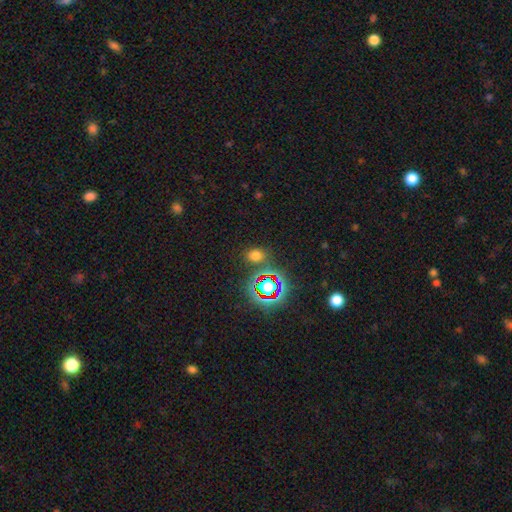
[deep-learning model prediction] This is likely a smooth galaxy (61%). How rounded: possibly round (50%). Merging: likely none (79%).